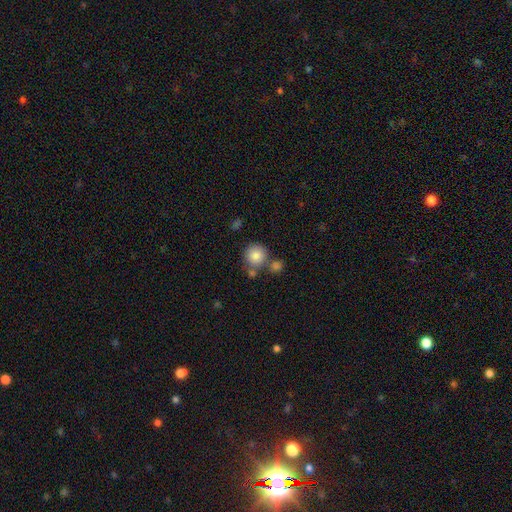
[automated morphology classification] Smooth or featured: smooth — 84% (star or artifact — 9%)
How rounded: round — 91% (in between — 8%)
Merging: none — 65% (merger — 20%)